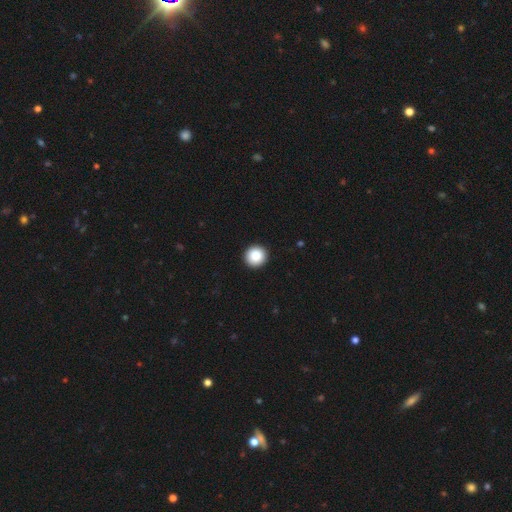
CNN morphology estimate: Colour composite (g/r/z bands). It shows a smooth galaxy with no disk features (87%) that is round (95%). Merging: none (93%).